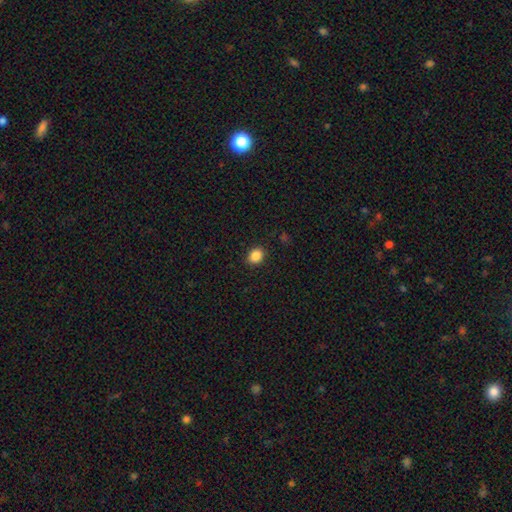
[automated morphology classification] smooth-or-featured: smooth: 87% | star or artifact: 10% | featured or disk: 3%
  how-rounded: round: 57% | in between: 42% | cigar-shaped: 1%
  merging: none: 90% | minor disturbance: 7% | major disturbance: 2% | merger: 1%